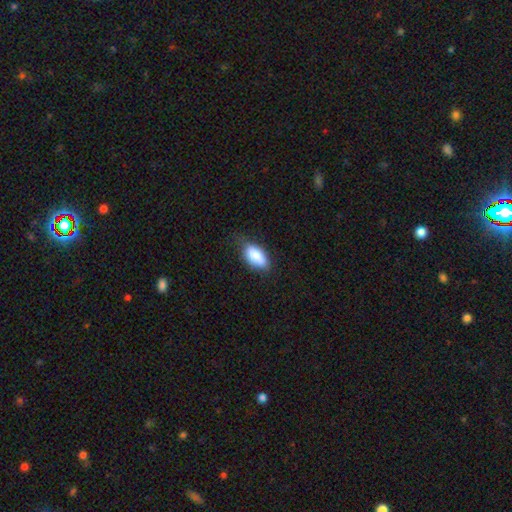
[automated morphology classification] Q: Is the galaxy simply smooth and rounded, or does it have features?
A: smooth — 84%.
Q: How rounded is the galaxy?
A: in between — 92%.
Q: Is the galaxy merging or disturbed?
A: none — 67%.